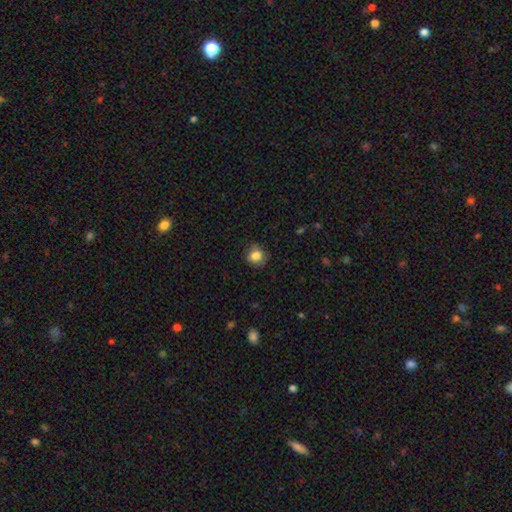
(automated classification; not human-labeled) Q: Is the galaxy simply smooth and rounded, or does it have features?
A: smooth — 83%.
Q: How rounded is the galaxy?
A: round — 83%.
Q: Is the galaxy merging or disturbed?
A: none — 76%.